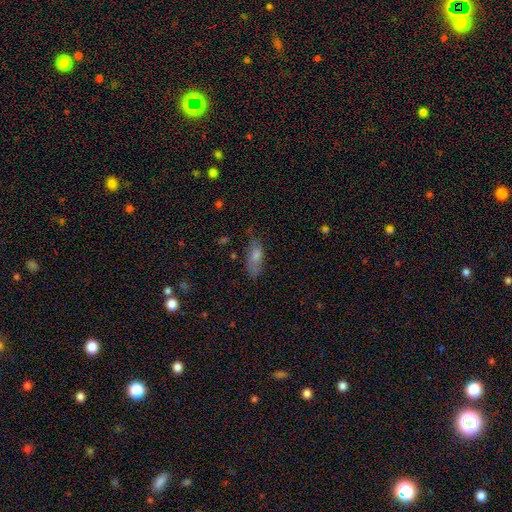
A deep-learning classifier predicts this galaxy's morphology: Overall: smooth (62%; featured or disk 24%). How rounded: in between (73%). Merging: none (60%; minor disturbance 27%).